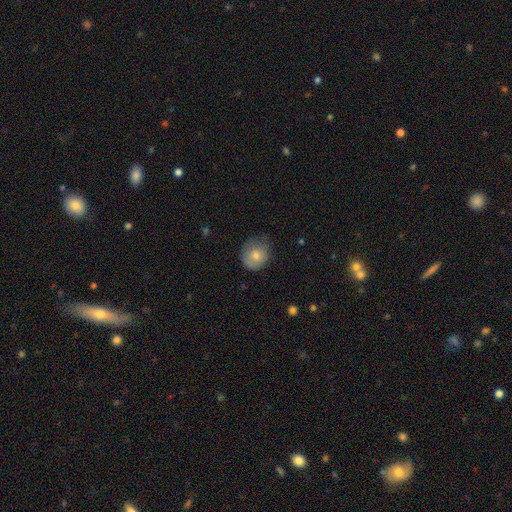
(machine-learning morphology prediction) Q: Smooth or featured?
A: smooth (75%); runner-up: featured or disk (17%)
Q: How rounded?
A: round (76%); runner-up: in between (23%)
Q: Merging?
A: none (59%); runner-up: minor disturbance (31%)